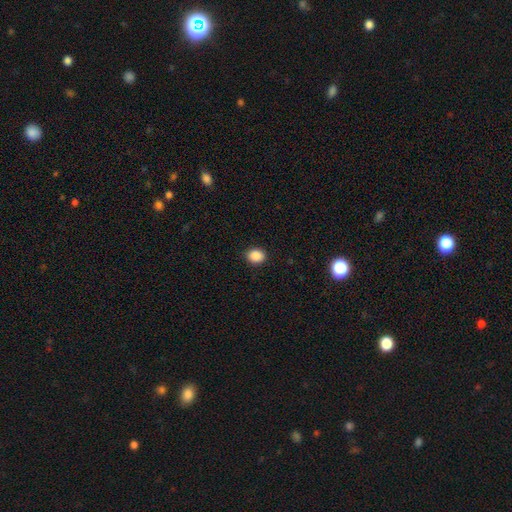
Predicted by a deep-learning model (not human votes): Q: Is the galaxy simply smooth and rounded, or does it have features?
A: smooth — 88%.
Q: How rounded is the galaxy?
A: round — 61%.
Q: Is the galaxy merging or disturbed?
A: none — 90%.